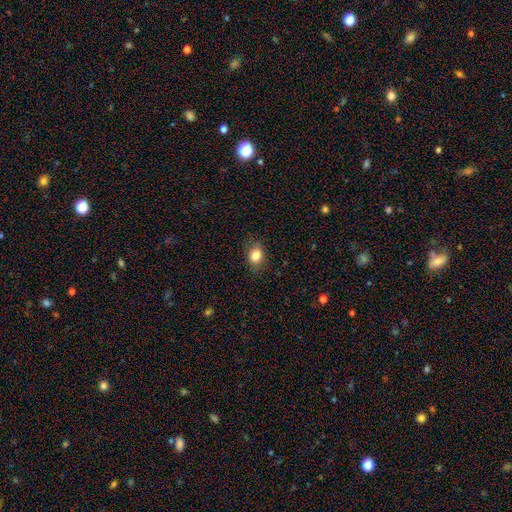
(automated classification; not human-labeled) The model was most divided on "how rounded": in between: 64%, round: 34%, cigar-shaped: 1%. More confident: smooth or featured — smooth (83%); merging — none (82%).